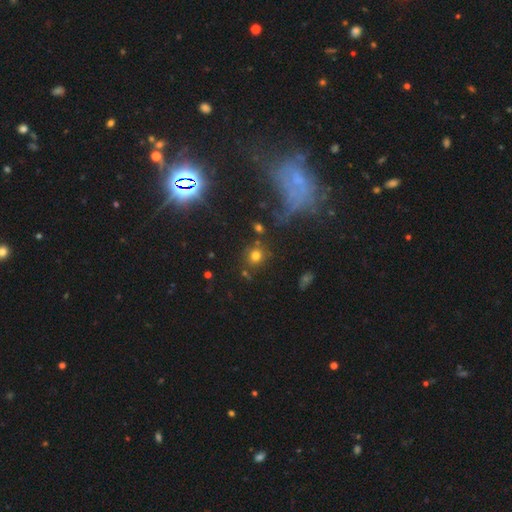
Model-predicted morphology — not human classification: type=smooth (70%); roundness=round (86%); merging=none (78%).